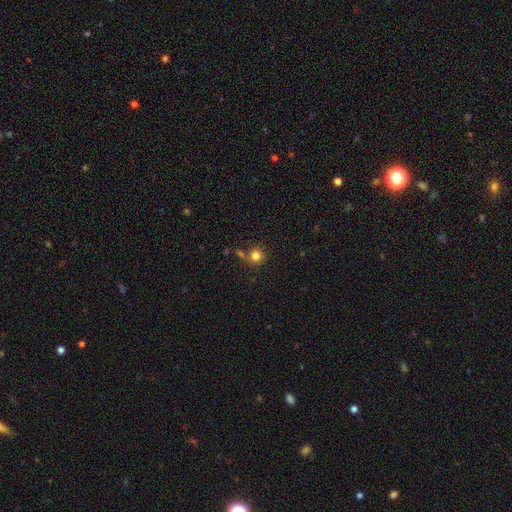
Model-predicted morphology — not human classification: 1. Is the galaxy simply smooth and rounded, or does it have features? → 82% smooth, 12% star or artifact, 6% featured or disk.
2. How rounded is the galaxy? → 92% round, 7% in between, 1% cigar-shaped.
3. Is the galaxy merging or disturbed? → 74% none, 12% merger, 11% minor disturbance, 4% major disturbance.